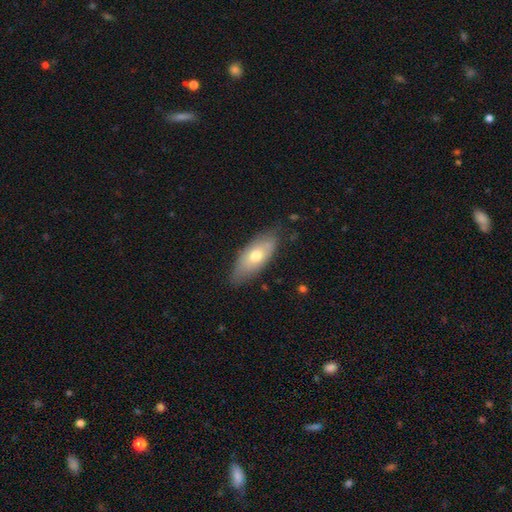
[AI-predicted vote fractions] This is likely a smooth galaxy (63%). How rounded: clearly in between (82%). Merging: likely none (75%).